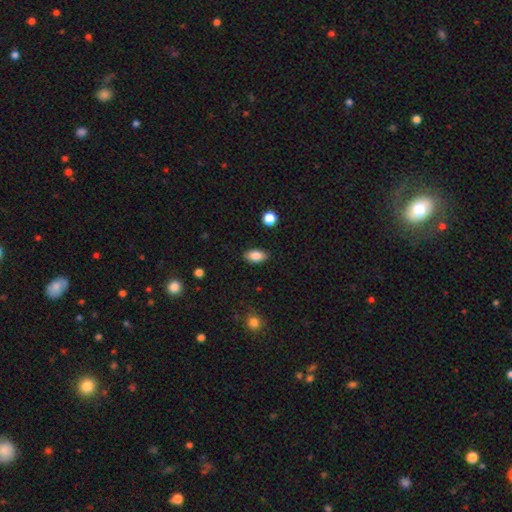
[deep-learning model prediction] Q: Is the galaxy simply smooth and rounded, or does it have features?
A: smooth — 85%.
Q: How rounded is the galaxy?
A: in between — 91%.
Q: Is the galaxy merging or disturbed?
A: none — 87%.